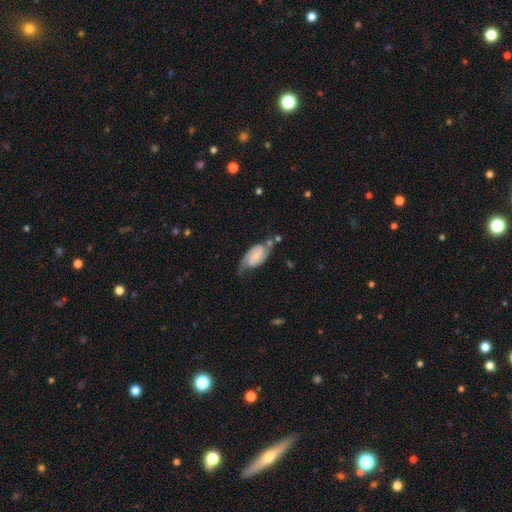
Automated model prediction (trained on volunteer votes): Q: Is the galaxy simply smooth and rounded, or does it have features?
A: featured or disk — 68%.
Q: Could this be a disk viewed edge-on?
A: no — 95%.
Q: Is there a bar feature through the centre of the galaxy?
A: no — 43%.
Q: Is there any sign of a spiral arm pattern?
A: yes — 93%.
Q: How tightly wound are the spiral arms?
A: medium — 44%.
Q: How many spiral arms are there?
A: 2 — 84%.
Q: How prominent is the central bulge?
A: small — 43%.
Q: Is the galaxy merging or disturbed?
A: none — 51%.